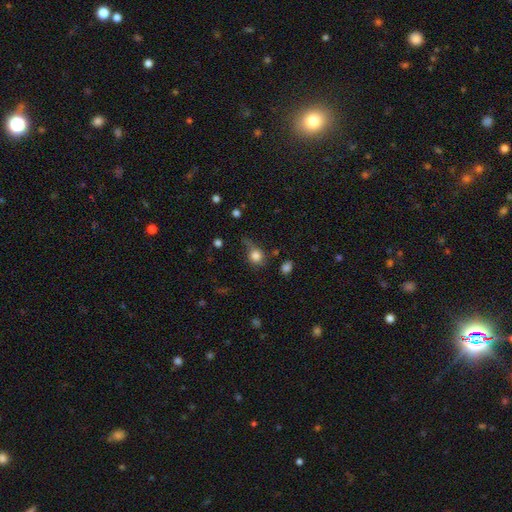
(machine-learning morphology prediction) Q: Smooth or featured?
A: smooth (80%); runner-up: star or artifact (12%)
Q: How rounded?
A: round (82%); runner-up: in between (17%)
Q: Merging?
A: none (46%); runner-up: minor disturbance (30%)